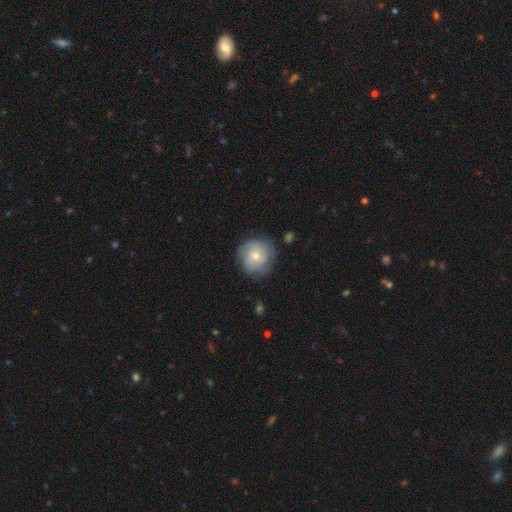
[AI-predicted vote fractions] This appears to be a smooth galaxy with no disk features (54%) that is round (92%). Merging: none (76%).